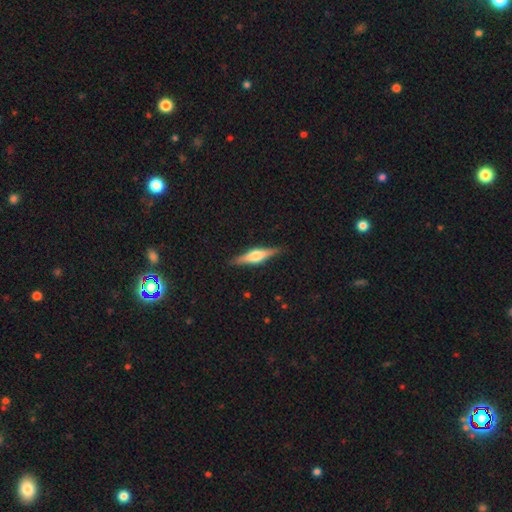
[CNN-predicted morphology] A featured or disk galaxy (66%) viewed edge-on (97%) with a rounded central bulge (85%).

Vote fractions:
- Smooth or featured? featured or disk: 66% / smooth: 29% / star or artifact: 6%
- Edge-on disk? yes: 97% / no: 3%
- Edge-on bulge? rounded: 85% / boxy: 12% / none: 3%
- Merging? none: 88% / minor disturbance: 9% / major disturbance: 2% / merger: 1%